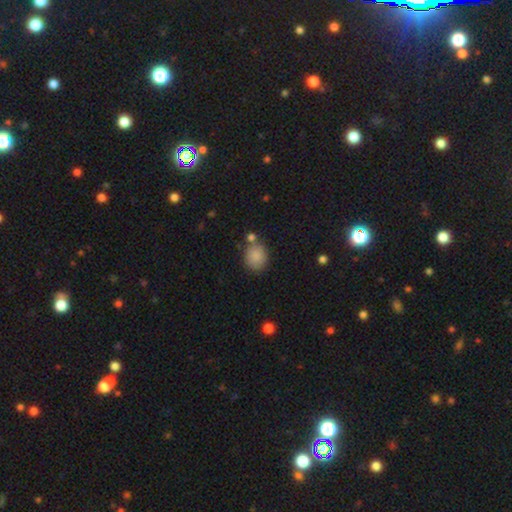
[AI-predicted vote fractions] smooth 86%, star or artifact 8%, featured or disk 6%. Down the decision tree: how rounded — round (66%); merging — none (70%).